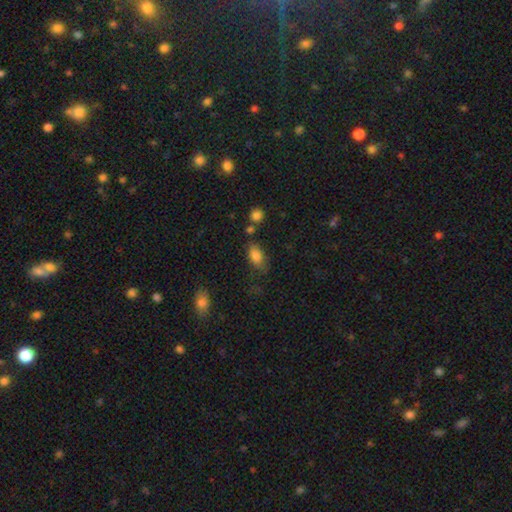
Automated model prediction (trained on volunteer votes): This is clearly a smooth galaxy (82%). How rounded: clearly in between (87%). Merging: possibly none (60%).